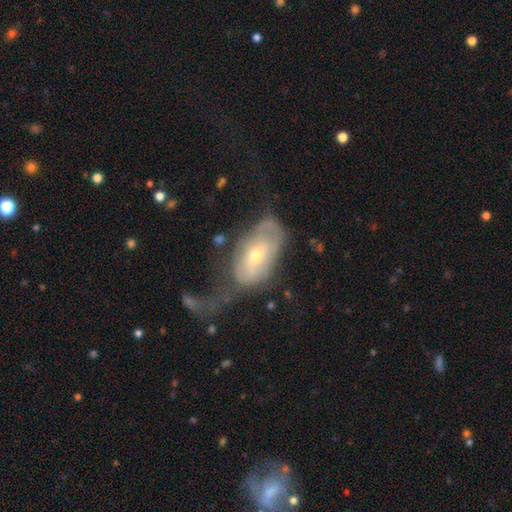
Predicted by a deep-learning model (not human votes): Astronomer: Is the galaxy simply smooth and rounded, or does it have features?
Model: featured or disk — 55% (runner-up: smooth, 38%).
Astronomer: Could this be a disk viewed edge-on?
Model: no — 91%.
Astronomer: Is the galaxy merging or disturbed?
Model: major disturbance — 50%.